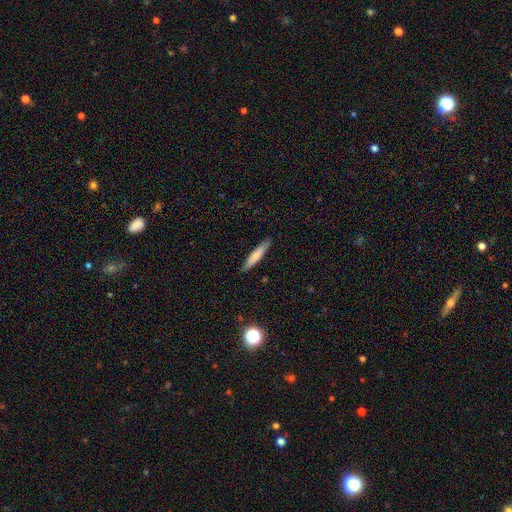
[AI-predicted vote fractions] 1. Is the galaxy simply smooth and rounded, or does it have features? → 75% smooth, 19% featured or disk, 6% star or artifact.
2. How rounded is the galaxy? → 91% cigar-shaped, 8% in between, 1% round.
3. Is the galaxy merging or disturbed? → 89% none, 8% minor disturbance, 2% major disturbance, 1% merger.